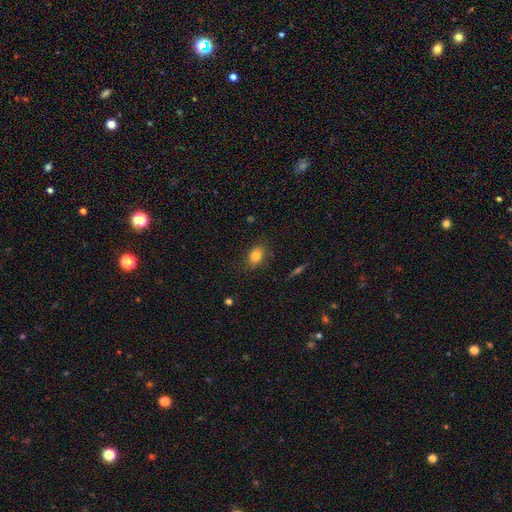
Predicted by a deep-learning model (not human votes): Smooth or featured?
  - smooth: 82% *
  - star or artifact: 10%
  - featured or disk: 8%
How rounded?
  - in between: 72% *
  - round: 26%
  - cigar-shaped: 2%
Merging?
  - none: 78% *
  - minor disturbance: 16%
  - major disturbance: 4%
  - merger: 2%